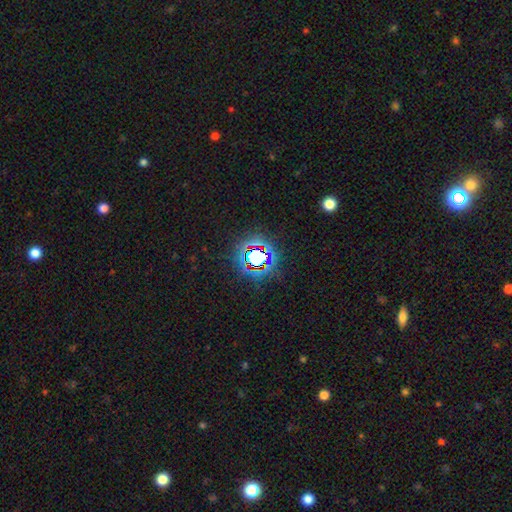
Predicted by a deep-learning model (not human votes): star or artifact 70%, smooth 19%, featured or disk 11%.